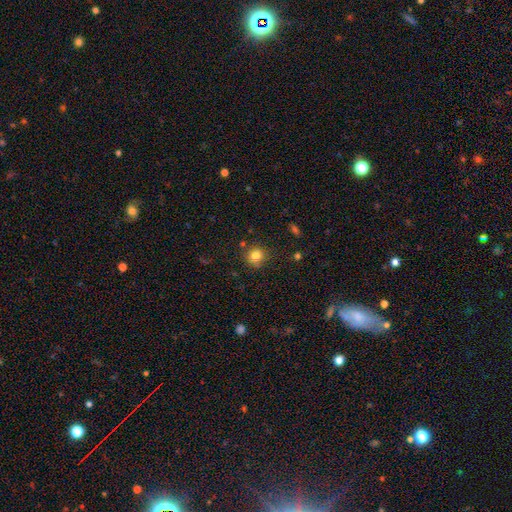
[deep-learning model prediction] This appears to be a smooth galaxy with no disk features (82%) that is round (90%). Merging: none (83%).